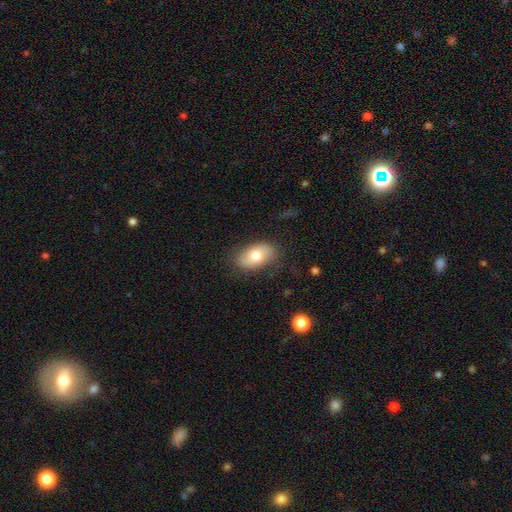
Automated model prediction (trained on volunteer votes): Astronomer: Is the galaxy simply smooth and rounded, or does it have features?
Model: smooth — 75%.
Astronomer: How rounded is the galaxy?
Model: in between — 92%.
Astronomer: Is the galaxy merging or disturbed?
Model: none — 80%.